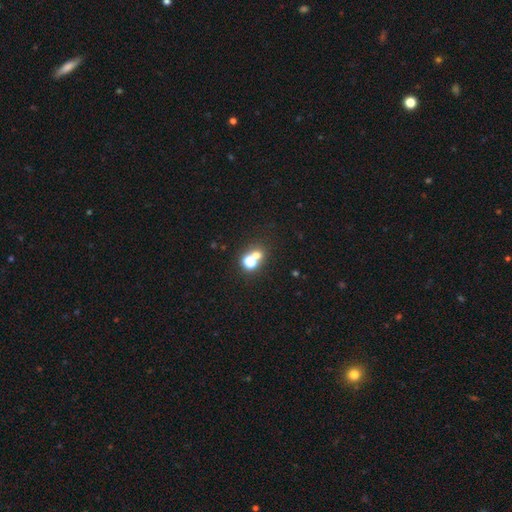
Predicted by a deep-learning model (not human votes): This is possibly a smooth galaxy (57%). How rounded: likely round (79%). Merging: possibly none (51%).